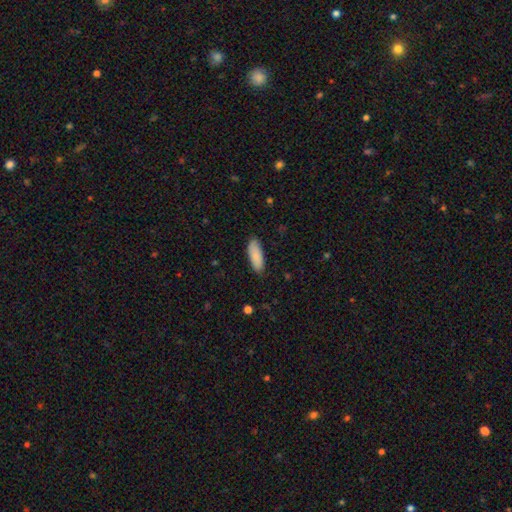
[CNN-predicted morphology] Smooth or featured?
  - smooth: 87% *
  - featured or disk: 8%
  - star or artifact: 6%
How rounded?
  - in between: 72% *
  - cigar-shaped: 26%
  - round: 2%
Merging?
  - none: 85% *
  - minor disturbance: 12%
  - major disturbance: 2%
  - merger: 1%